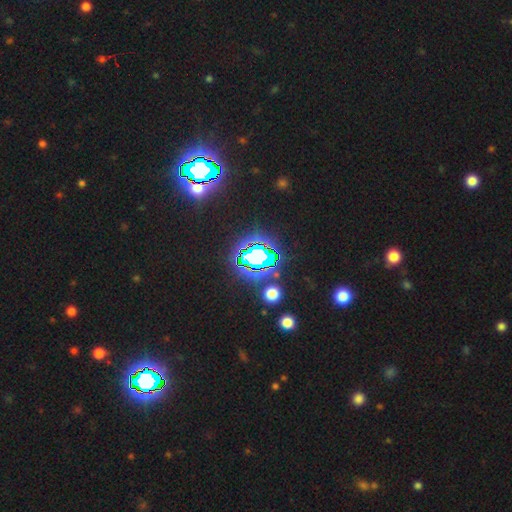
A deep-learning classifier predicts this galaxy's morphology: This is clearly a star or artifact rather than a galaxy (83%).